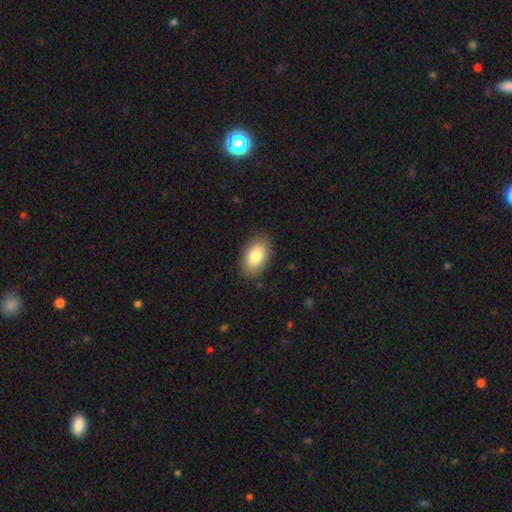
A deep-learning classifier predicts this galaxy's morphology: type=smooth (83%); roundness=in between (92%); merging=none (86%).